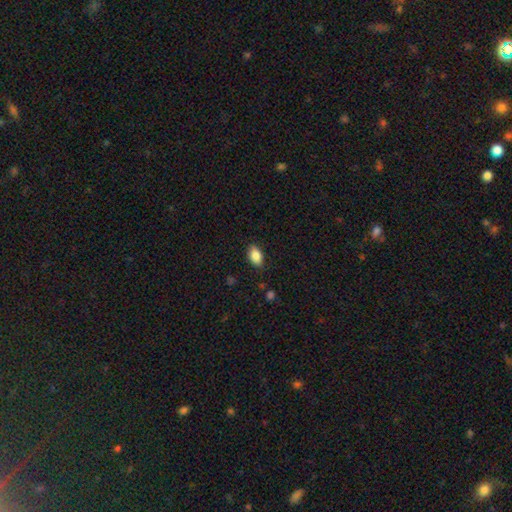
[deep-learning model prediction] Smooth or featured: smooth — 86% (star or artifact — 8%)
How rounded: in between — 90% (round — 7%)
Merging: none — 84% (minor disturbance — 12%)